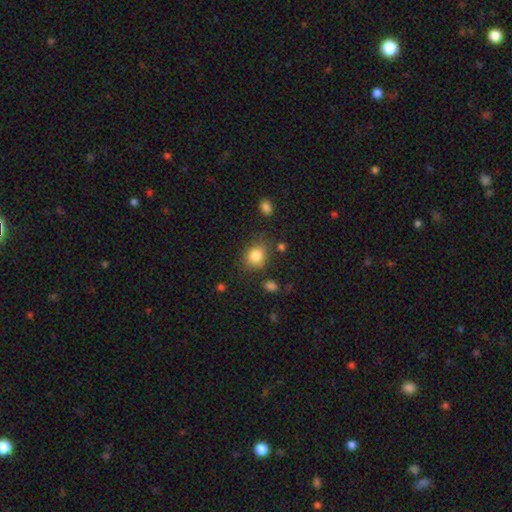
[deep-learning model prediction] Smooth or featured? Predicted: smooth (p=0.84). How rounded? Predicted: round (p=0.60). Merging? Predicted: none (p=0.73).